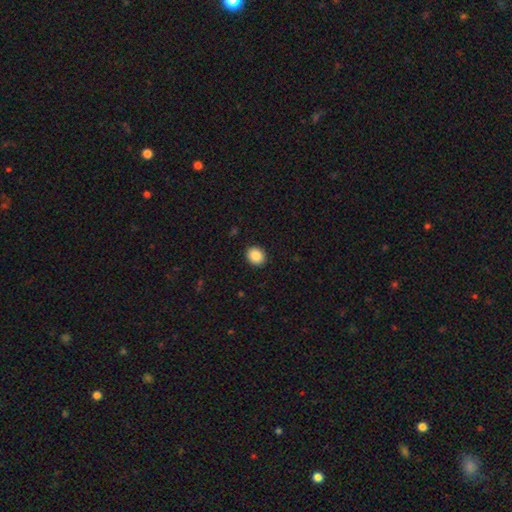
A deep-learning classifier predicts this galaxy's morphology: smooth 88%, star or artifact 8%, featured or disk 4%. Down the decision tree: how rounded — round (62%); merging — none (91%).